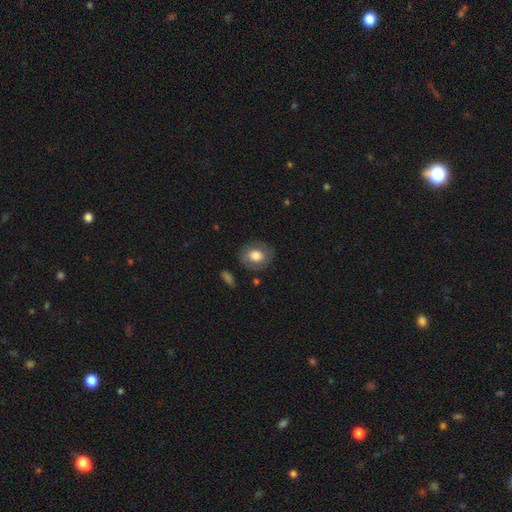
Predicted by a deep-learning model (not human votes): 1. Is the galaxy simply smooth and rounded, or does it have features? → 71% smooth, 21% featured or disk, 8% star or artifact.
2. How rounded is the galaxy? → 57% round, 42% in between, 1% cigar-shaped.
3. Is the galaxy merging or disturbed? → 82% none, 12% minor disturbance, 4% major disturbance, 2% merger.